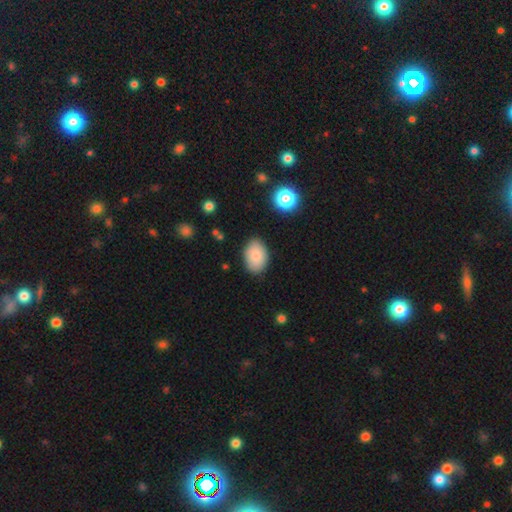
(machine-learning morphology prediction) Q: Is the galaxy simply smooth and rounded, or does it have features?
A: smooth — 86%.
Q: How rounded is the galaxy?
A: in between — 86%.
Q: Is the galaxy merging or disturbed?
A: none — 84%.